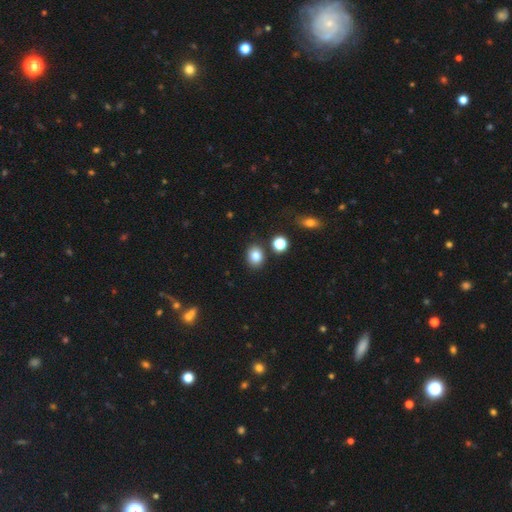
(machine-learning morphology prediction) Smooth or featured? Predicted: smooth (p=0.81). How rounded? Predicted: round (p=0.55). Merging? Predicted: none (p=0.84).